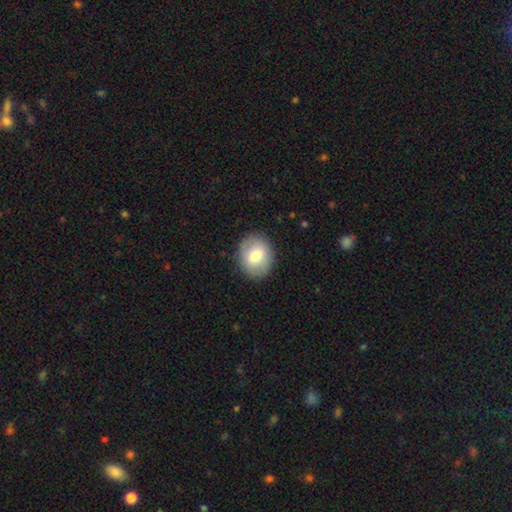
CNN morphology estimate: This appears to be a smooth galaxy with no disk features (72%) that is round (55%). Merging: none (87%).